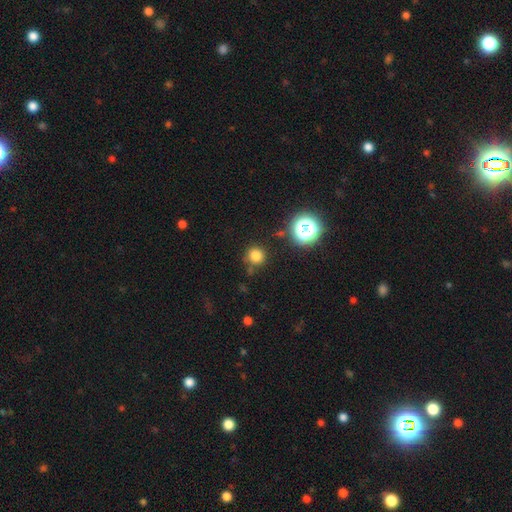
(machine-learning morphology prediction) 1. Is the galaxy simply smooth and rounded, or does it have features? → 77% smooth, 17% star or artifact, 5% featured or disk.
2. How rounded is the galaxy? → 94% round, 5% in between, 1% cigar-shaped.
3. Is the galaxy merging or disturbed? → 82% none, 10% minor disturbance, 4% merger, 3% major disturbance.